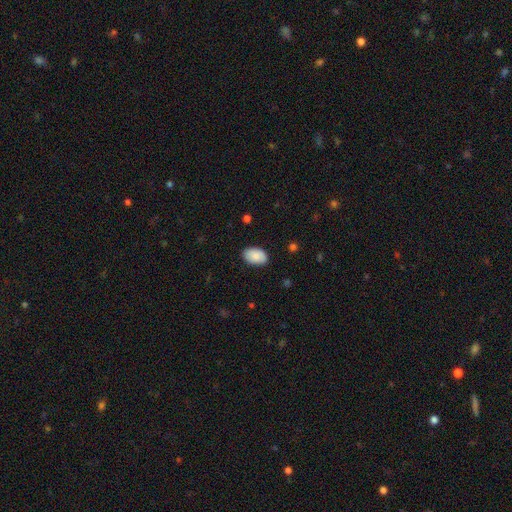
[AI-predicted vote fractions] smooth_or_featured: smooth (p=0.88) [alt: star or artifact p=0.06]
how_rounded: in between (p=0.93) [alt: round p=0.06]
merging: none (p=0.85) [alt: minor disturbance p=0.12]